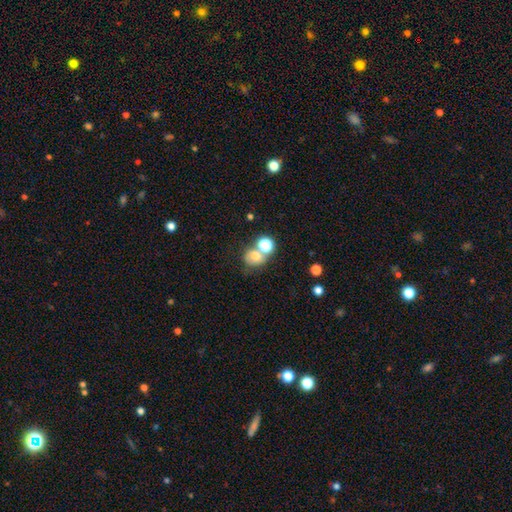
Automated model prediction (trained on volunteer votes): smooth-or-featured: smooth: 68% | featured or disk: 17% | star or artifact: 15%
  how-rounded: round: 65% | in between: 34% | cigar-shaped: 1%
  merging: merger: 41% (tied) | none: 41% (tied) | minor disturbance: 11% | major disturbance: 6%